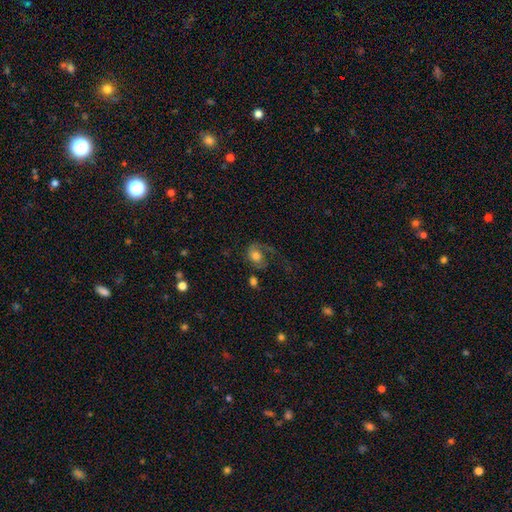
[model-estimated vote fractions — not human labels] A smooth galaxy with no disk features (49%). Merging: major disturbance (47%).